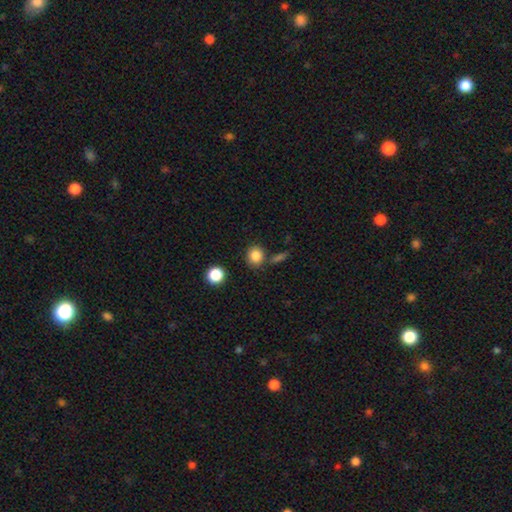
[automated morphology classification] This appears to be a smooth galaxy with no disk features (85%) that is round (79%). Merging: none (76%).